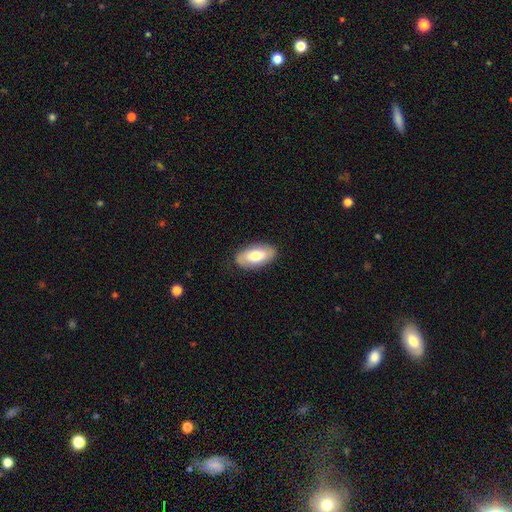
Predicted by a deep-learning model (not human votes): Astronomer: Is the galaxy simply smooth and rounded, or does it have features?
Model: smooth — 65%.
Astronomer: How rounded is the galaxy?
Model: in between — 93%.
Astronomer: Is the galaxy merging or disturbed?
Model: none — 85%.